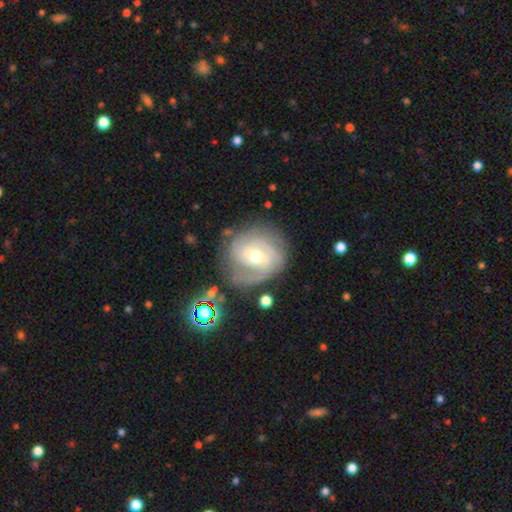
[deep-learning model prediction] A featured or disk galaxy (84%) with a weak bar (46%), 2 (29%) tight (61%) spiral arms (95%) and a moderate central bulge (66%). Merging: none (72%).